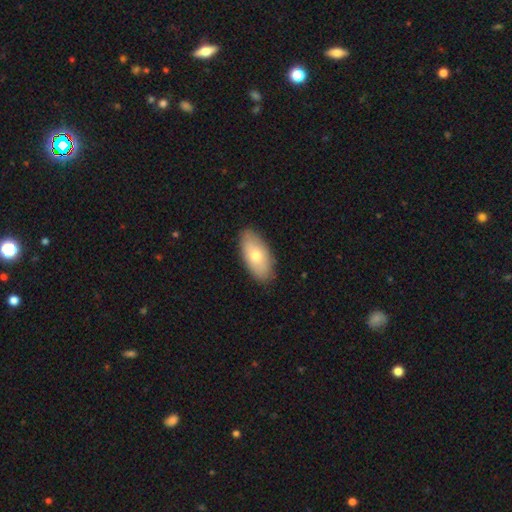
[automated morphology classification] This appears to be a smooth galaxy with no disk features (73%) that is in between round and cigar-shaped (92%). Merging: none (87%).